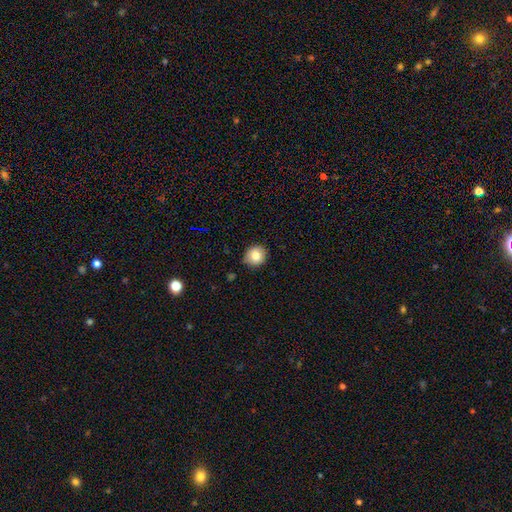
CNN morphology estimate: Smooth or featured? smooth (83%)
How rounded? round (83%)
Merging? none (79%)